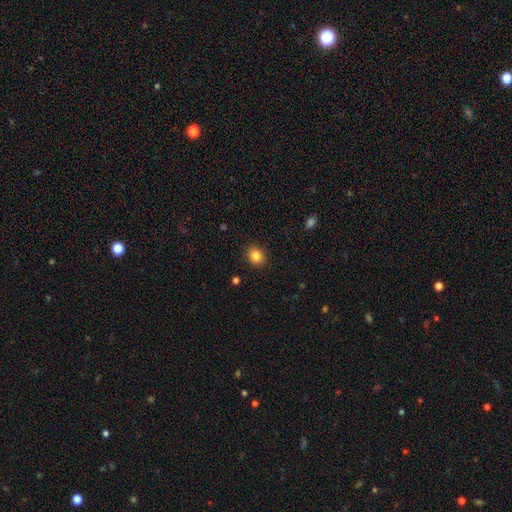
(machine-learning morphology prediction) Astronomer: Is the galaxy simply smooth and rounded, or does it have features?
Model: smooth — 84%.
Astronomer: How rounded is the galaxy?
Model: round — 73%.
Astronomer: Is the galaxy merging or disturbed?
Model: none — 90%.